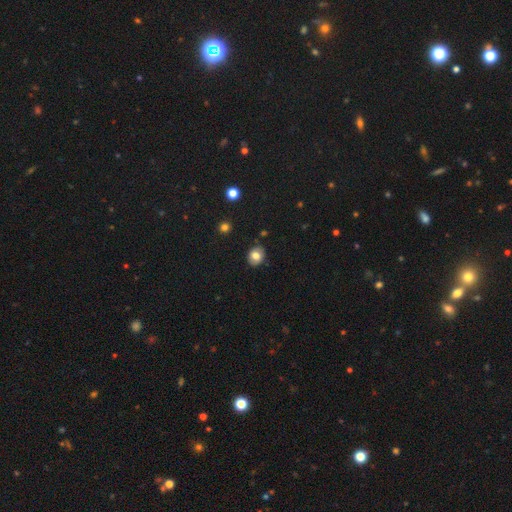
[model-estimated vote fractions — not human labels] Smooth or featured: smooth — 77% (featured or disk — 14%)
How rounded: round — 54% (in between — 46%)
Merging: none — 84% (minor disturbance — 11%)